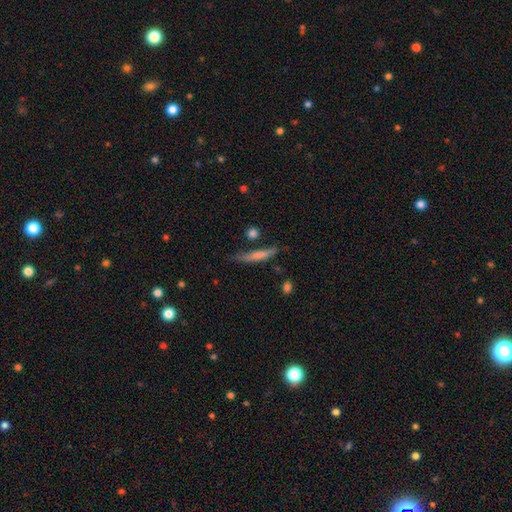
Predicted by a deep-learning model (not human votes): Overall: smooth (63%; featured or disk 30%). How rounded: cigar-shaped (91%). Merging: none (70%).